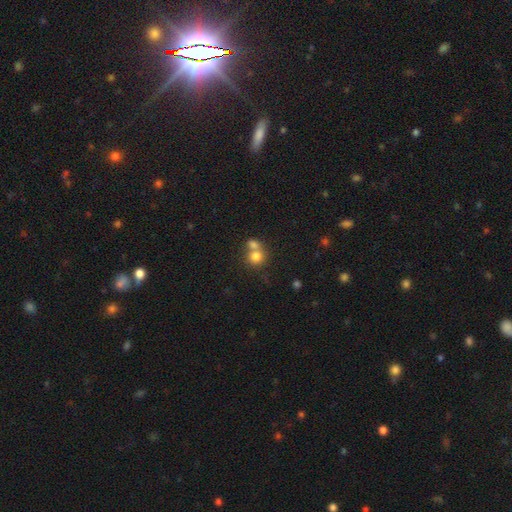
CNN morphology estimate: This is likely a smooth galaxy (78%). How rounded: clearly round (84%). Merging: possibly merger (52%).